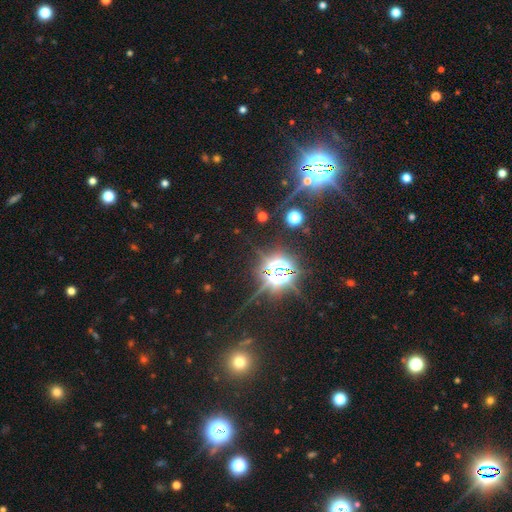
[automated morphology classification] type=star or artifact (80%).